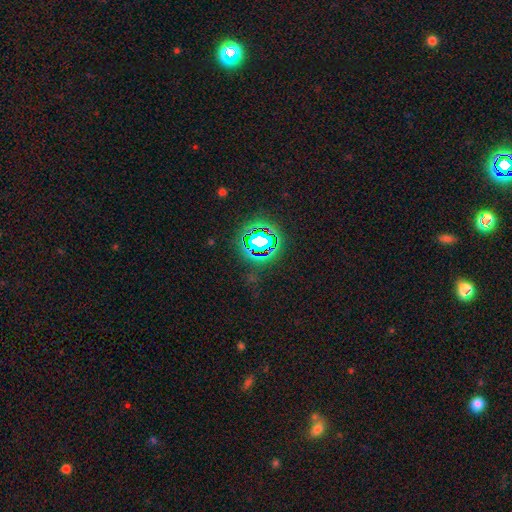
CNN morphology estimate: Smooth or featured: star or artifact — 75% (smooth — 17%)